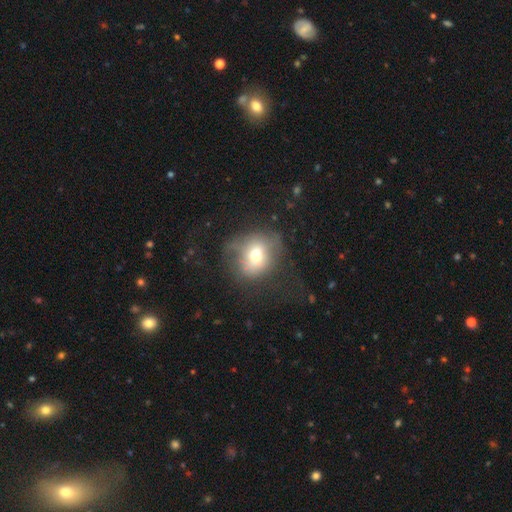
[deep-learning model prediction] A smooth galaxy with no disk features (64%) that is round (67%).

Vote fractions:
- Smooth or featured? smooth: 64% / featured or disk: 24% / star or artifact: 13%
- How rounded? round: 67% / in between: 32% / cigar-shaped: 1%
- Merging? none: 48% / minor disturbance: 25% / major disturbance: 24% / merger: 2%